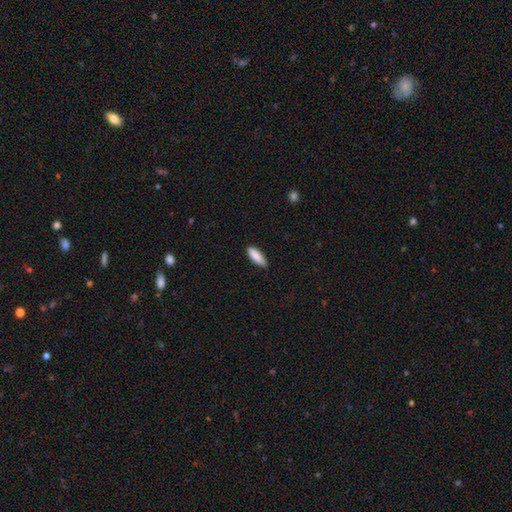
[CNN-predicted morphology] type=smooth (89%); roundness=in between (60%); merging=none (82%).